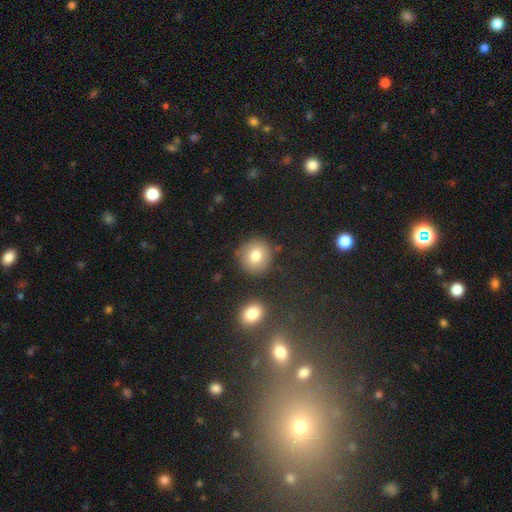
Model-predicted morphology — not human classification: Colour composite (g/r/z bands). It shows a smooth galaxy with no disk features (79%) that is round (86%). Merging: none (82%).